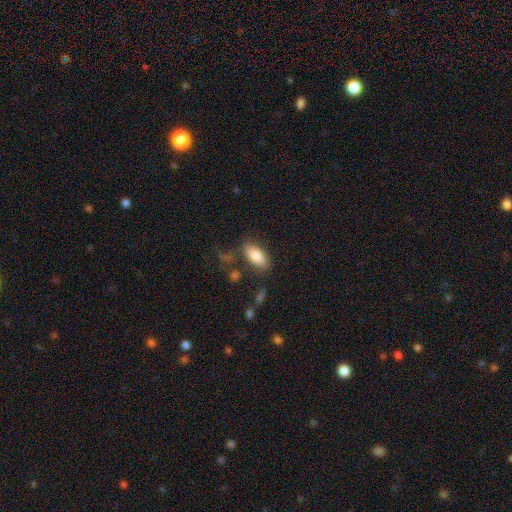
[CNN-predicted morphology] A smooth galaxy with no disk features (82%) that is in between round and cigar-shaped (90%).

Vote fractions:
- Smooth or featured? smooth: 82% / featured or disk: 12% / star or artifact: 7%
- How rounded? in between: 90% / cigar-shaped: 8% / round: 3%
- Merging? none: 76% / minor disturbance: 14% / major disturbance: 5% / merger: 4%